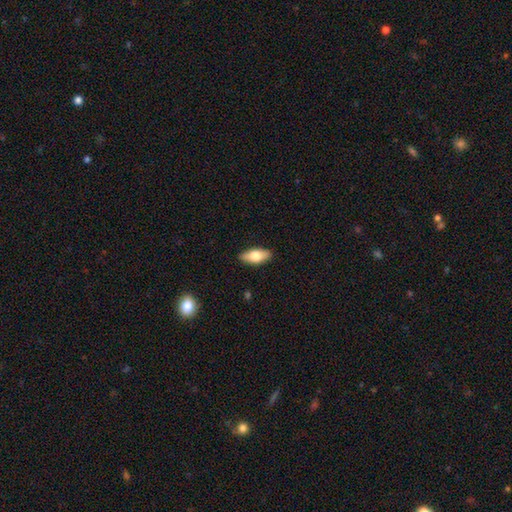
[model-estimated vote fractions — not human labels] Q: Smooth or featured?
A: smooth (70%); runner-up: featured or disk (24%)
Q: How rounded?
A: in between (83%); runner-up: cigar-shaped (14%)
Q: Merging?
A: none (89%); runner-up: minor disturbance (8%)